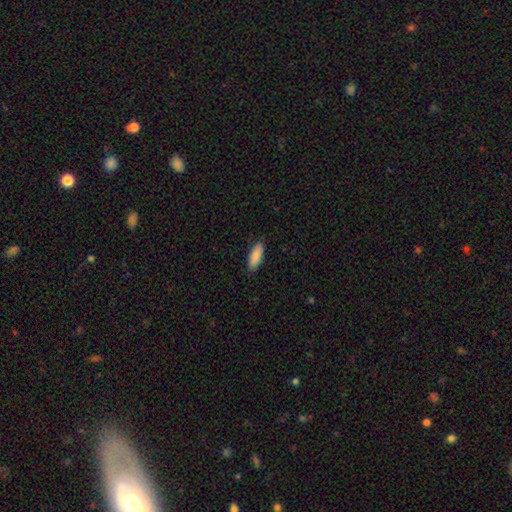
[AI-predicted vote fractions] This is clearly a smooth galaxy (89%). How rounded: likely in between (65%). Merging: clearly none (88%).